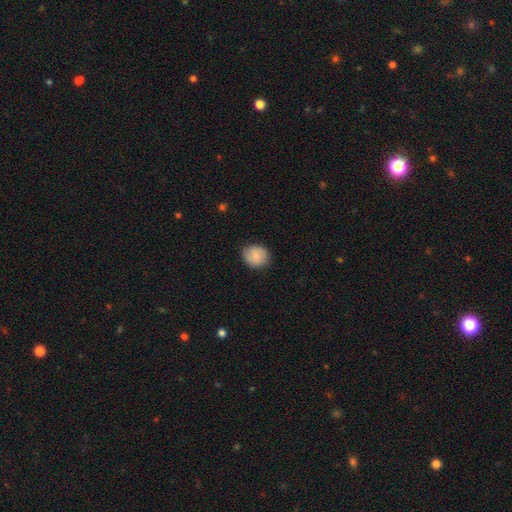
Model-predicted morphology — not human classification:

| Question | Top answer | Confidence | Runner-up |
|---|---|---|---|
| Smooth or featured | smooth | 76% | featured or disk (17%) |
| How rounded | round | 75% | in between (24%) |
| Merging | none | 84% | minor disturbance (13%) |